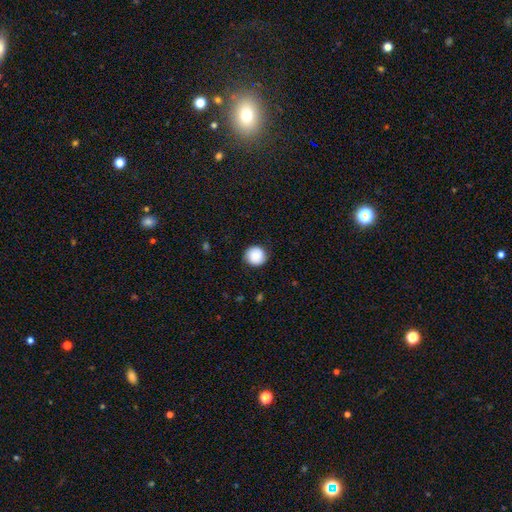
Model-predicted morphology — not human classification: Smooth or featured?
  - smooth: 84% *
  - featured or disk: 8%
  - star or artifact: 8%
How rounded?
  - round: 93% *
  - in between: 6%
  - cigar-shaped: 1%
Merging?
  - none: 85% *
  - minor disturbance: 11%
  - major disturbance: 3%
  - merger: 1%